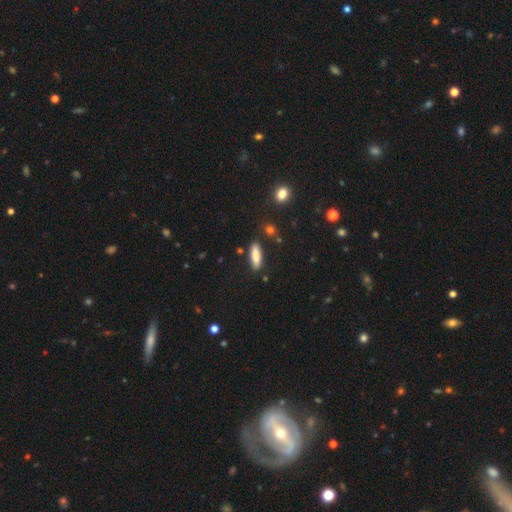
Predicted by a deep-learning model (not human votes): smooth 85%, featured or disk 8%, star or artifact 7%. Down the decision tree: how rounded — cigar-shaped (51%); merging — none (85%).